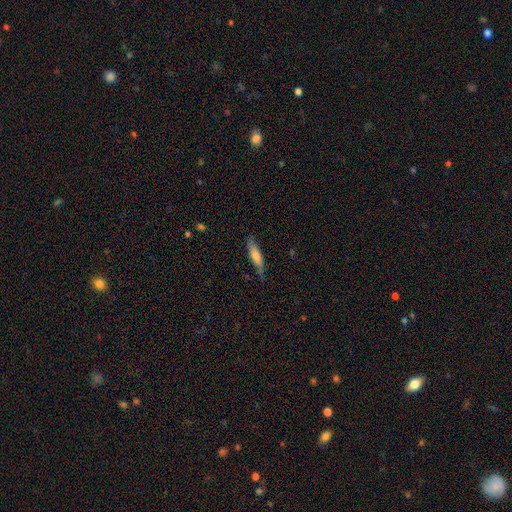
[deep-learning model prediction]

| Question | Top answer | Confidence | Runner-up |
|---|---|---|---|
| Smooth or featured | smooth | 51% | featured or disk (42%) |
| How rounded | cigar-shaped | 81% | in between (17%) |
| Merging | none | 78% | minor disturbance (17%) |